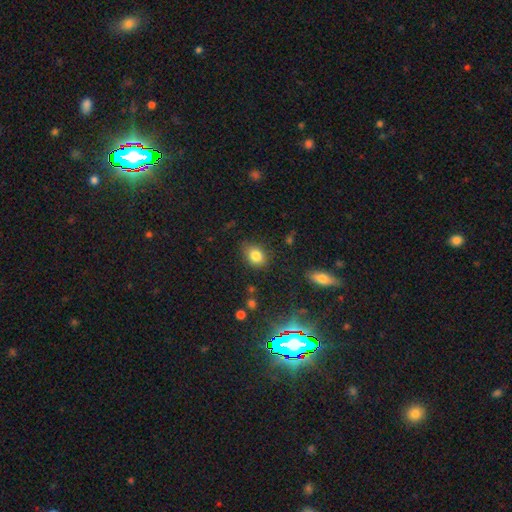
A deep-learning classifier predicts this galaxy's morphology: The model was most divided on "how rounded": in between: 61%, round: 38%, cigar-shaped: 1%. More confident: smooth or featured — smooth (82%); merging — none (81%).